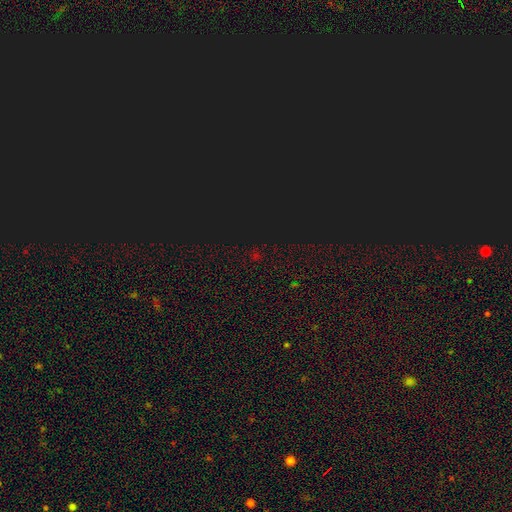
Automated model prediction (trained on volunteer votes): smooth_or_featured: star or artifact (p=0.74) [alt: smooth p=0.20]